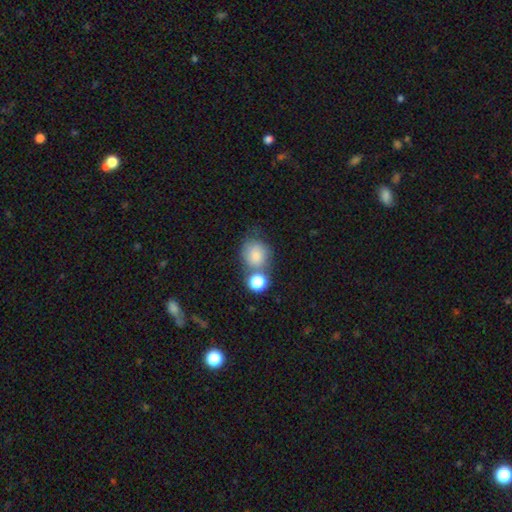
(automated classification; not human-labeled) This is likely a smooth galaxy (78%). How rounded: likely round (76%). Merging: possibly none (51%).